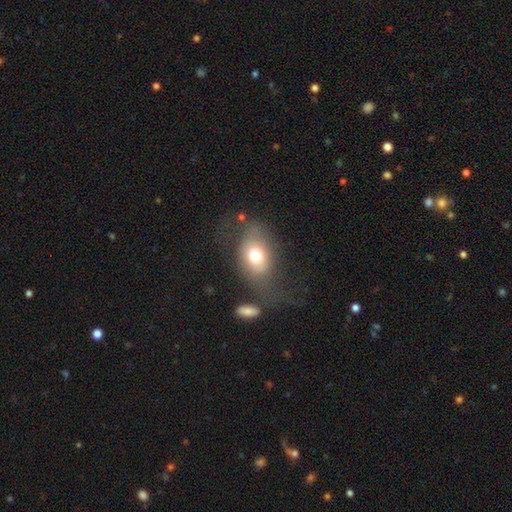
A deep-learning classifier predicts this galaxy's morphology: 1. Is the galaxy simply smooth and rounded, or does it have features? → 66% smooth, 25% featured or disk, 9% star or artifact.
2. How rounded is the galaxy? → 75% in between, 23% round, 2% cigar-shaped.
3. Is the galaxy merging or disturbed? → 41% none, 29% major disturbance, 21% minor disturbance, 8% merger.